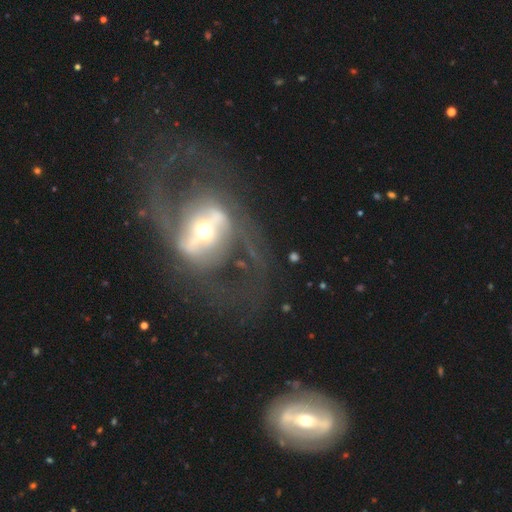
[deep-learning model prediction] The model was most divided on "bar": weak: 36%, strong: 35%, no: 29%. Remaining: edge-on disk — no (95%); spiral arm count — 2 (86%); smooth or featured — featured or disk (79%); spiral arms — yes (76%); bulge size — moderate (54%); merging — none (52%); spiral winding — medium (44%).